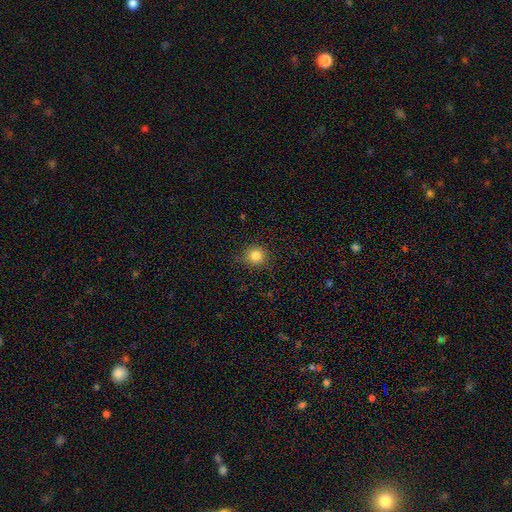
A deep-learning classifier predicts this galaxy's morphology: smooth_or_featured: smooth (p=0.83) [alt: star or artifact p=0.12]
how_rounded: round (p=0.88) [alt: in between p=0.11]
merging: none (p=0.86) [alt: minor disturbance p=0.10]